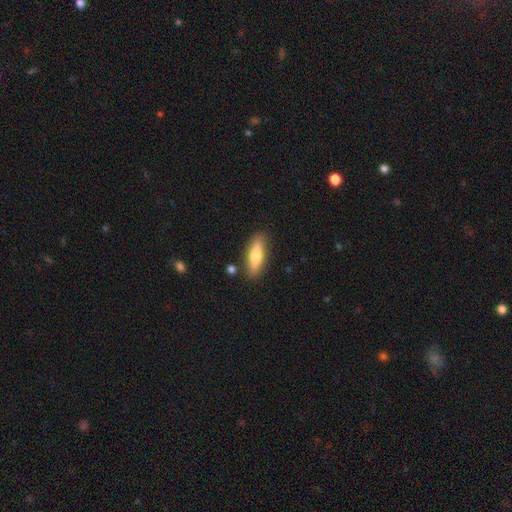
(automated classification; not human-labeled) Overall: smooth (62%; featured or disk 32%). How rounded: cigar-shaped (54%; in between 44%). Merging: none (84%).